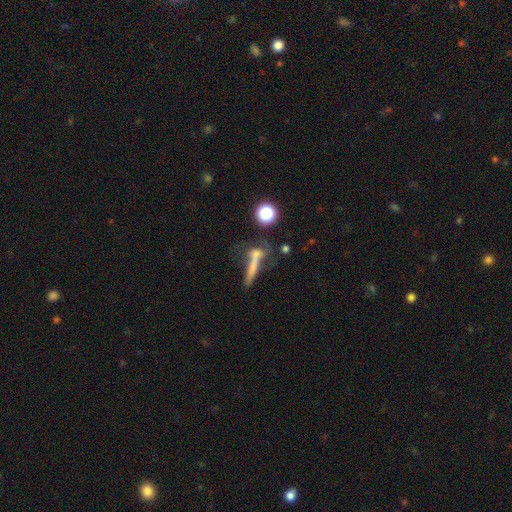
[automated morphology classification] type=smooth (53%); roundness=cigar-shaped (73%); merging=none (41%).